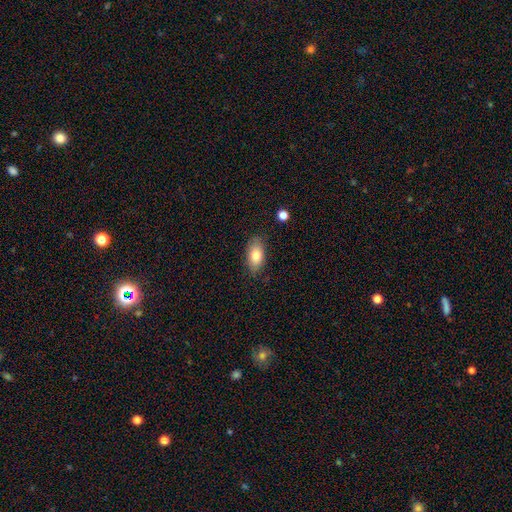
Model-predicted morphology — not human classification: Smooth or featured?
  - smooth: 81% *
  - featured or disk: 12%
  - star or artifact: 7%
How rounded?
  - in between: 91% *
  - round: 5%
  - cigar-shaped: 4%
Merging?
  - none: 80% *
  - minor disturbance: 15%
  - major disturbance: 3%
  - merger: 2%